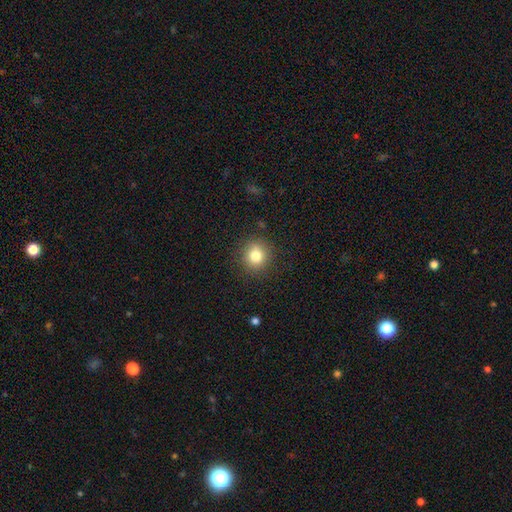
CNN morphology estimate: smooth 81%, star or artifact 12%, featured or disk 7%. Down the decision tree: how rounded — round (88%); merging — none (88%).